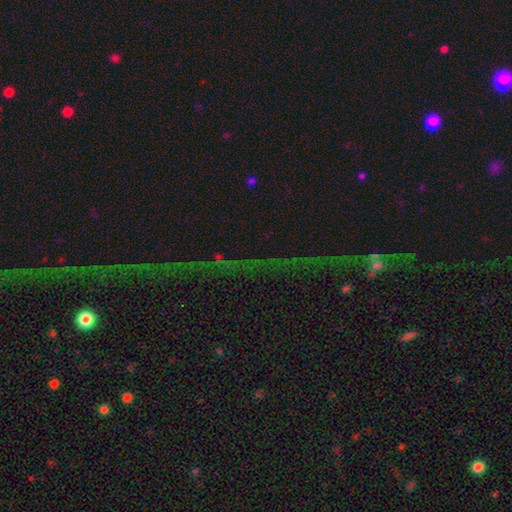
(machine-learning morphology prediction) Overall: star or artifact (74%).